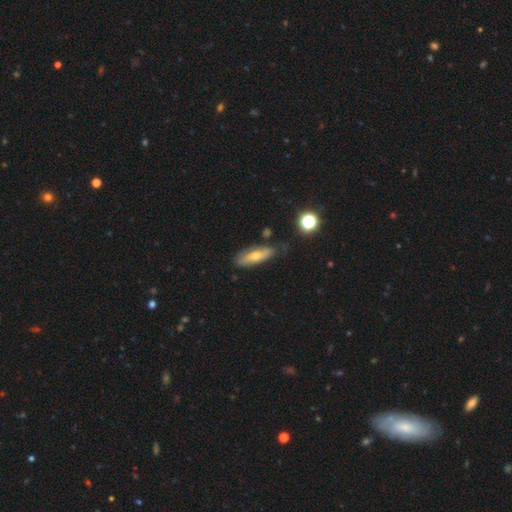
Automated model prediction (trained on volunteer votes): smooth-or-featured: smooth: 56% | featured or disk: 37% | star or artifact: 8%
  how-rounded: in between: 53% | cigar-shaped: 43% | round: 3%
  merging: none: 69% | minor disturbance: 22% | major disturbance: 5% | merger: 4%